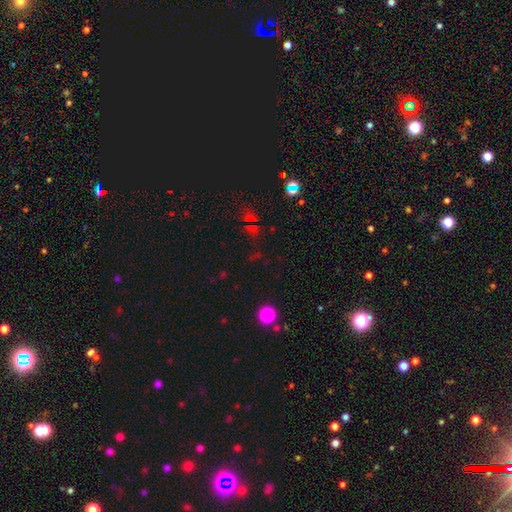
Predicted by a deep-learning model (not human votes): This appears to be a star or artifact, not a galaxy (64%).